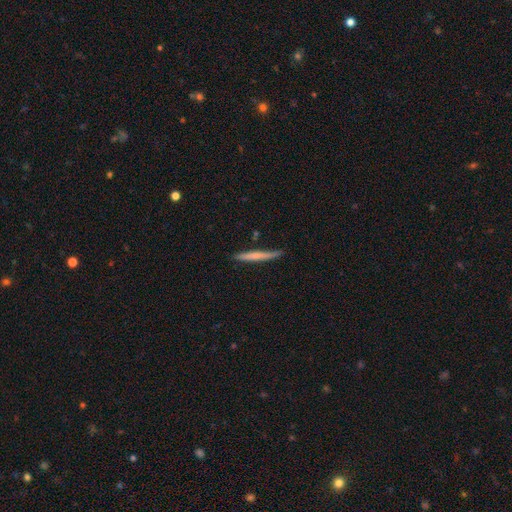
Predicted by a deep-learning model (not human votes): Smooth or featured? smooth (57%)
How rounded? cigar-shaped (96%)
Merging? none (81%)